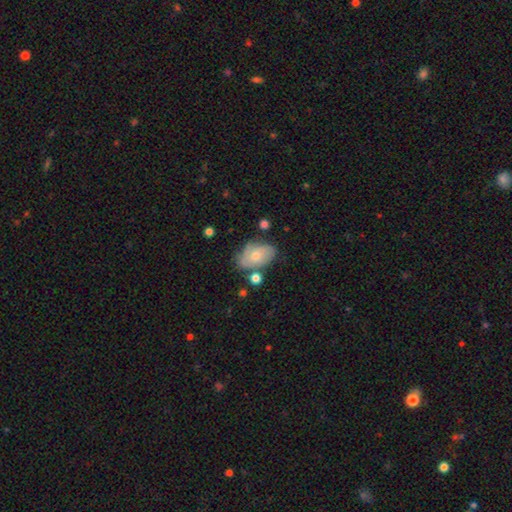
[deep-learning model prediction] A smooth galaxy with no disk features (57%) that is in between round and cigar-shaped (85%).

Vote fractions:
- Smooth or featured? smooth: 57% / featured or disk: 36% / star or artifact: 7%
- How rounded? in between: 85% / round: 14% / cigar-shaped: 1%
- Merging? none: 57% / minor disturbance: 26% / merger: 9% / major disturbance: 8%